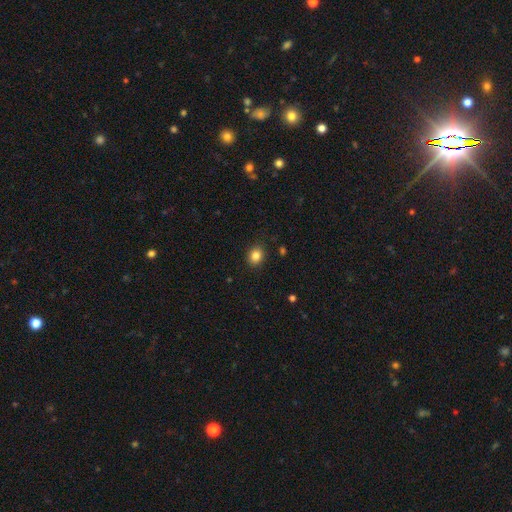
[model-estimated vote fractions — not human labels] smooth-or-featured: smooth: 84% | star or artifact: 11% | featured or disk: 6%
  how-rounded: round: 60% | in between: 40% | cigar-shaped: 1%
  merging: none: 88% | minor disturbance: 8% | major disturbance: 2% | merger: 1%